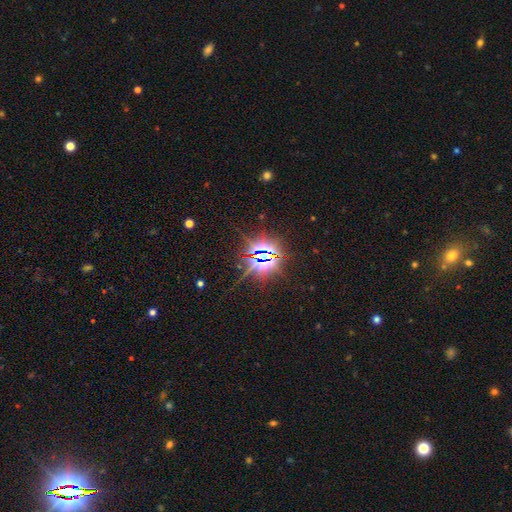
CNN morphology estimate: Smooth or featured?
  - star or artifact: 82% *
  - featured or disk: 10%
  - smooth: 9%